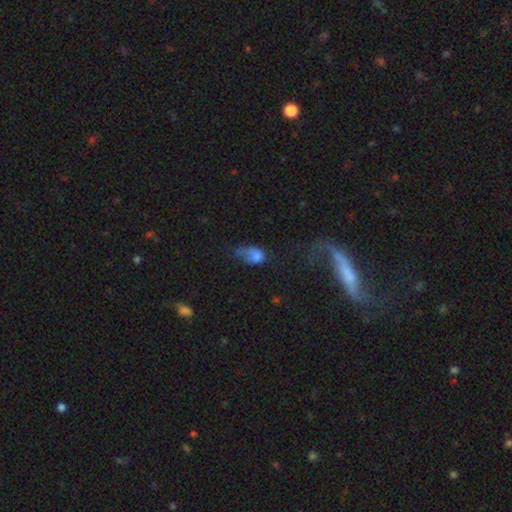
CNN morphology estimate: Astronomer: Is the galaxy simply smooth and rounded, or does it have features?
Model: smooth — 68%.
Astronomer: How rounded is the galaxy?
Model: in between — 72%.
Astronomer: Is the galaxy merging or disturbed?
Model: major disturbance — 47% (runner-up: minor disturbance, 25%).